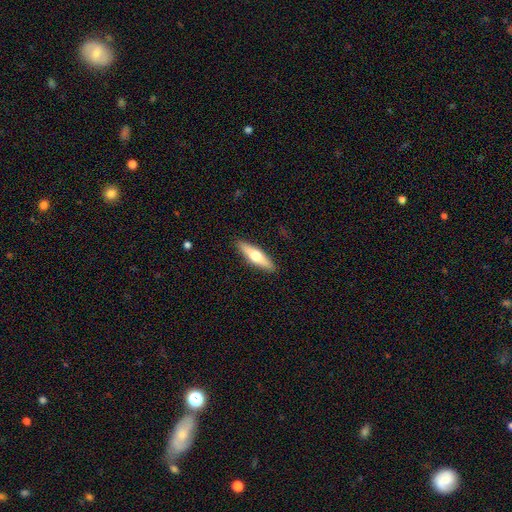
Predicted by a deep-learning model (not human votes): Smooth or featured? smooth (49%)
Merging? none (90%)